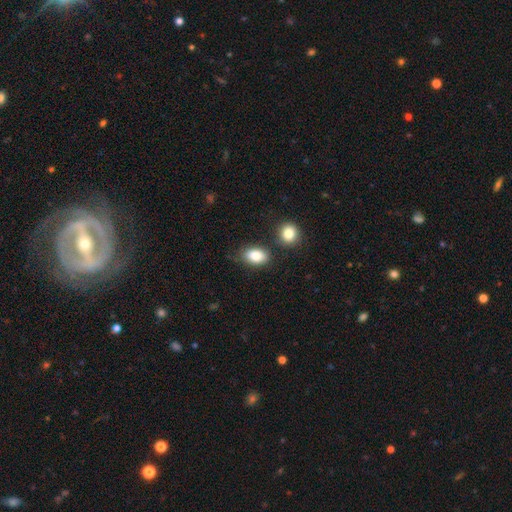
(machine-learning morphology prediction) A smooth galaxy with no disk features (84%) that is in between round and cigar-shaped (87%). Merging: none (74%).